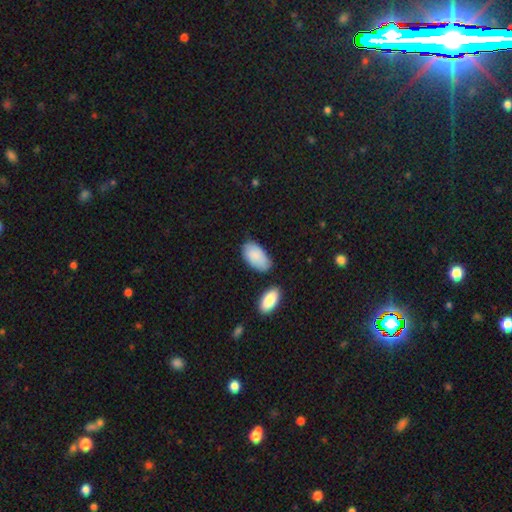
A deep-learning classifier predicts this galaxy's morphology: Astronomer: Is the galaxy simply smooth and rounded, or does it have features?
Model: smooth — 84%.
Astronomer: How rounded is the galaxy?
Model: in between — 95%.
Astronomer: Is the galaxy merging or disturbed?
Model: none — 61%.